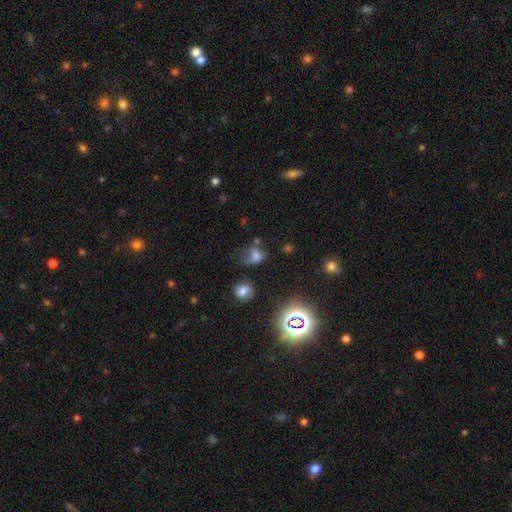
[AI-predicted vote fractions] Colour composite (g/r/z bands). It shows a smooth galaxy with no disk features (55%) that is in between round and cigar-shaped (60%). Merging: none (33%).